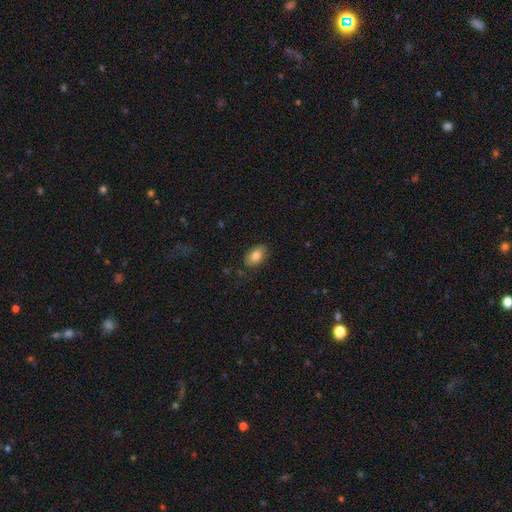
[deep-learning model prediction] Morphology: type=smooth (82%); roundness=in between (91%); merging=none (80%).